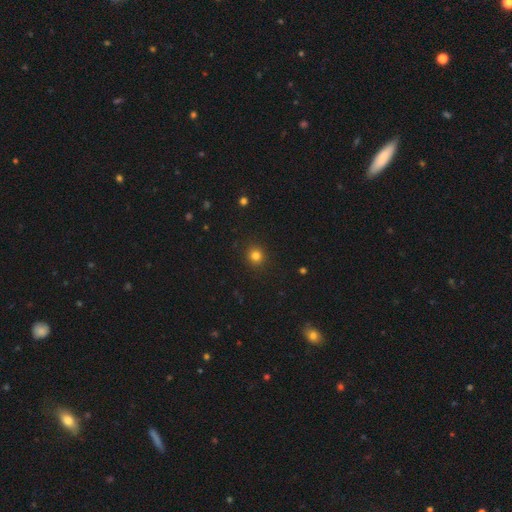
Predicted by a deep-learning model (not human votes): This appears to be a smooth galaxy with no disk features (82%) that is round (91%). Merging: none (92%).